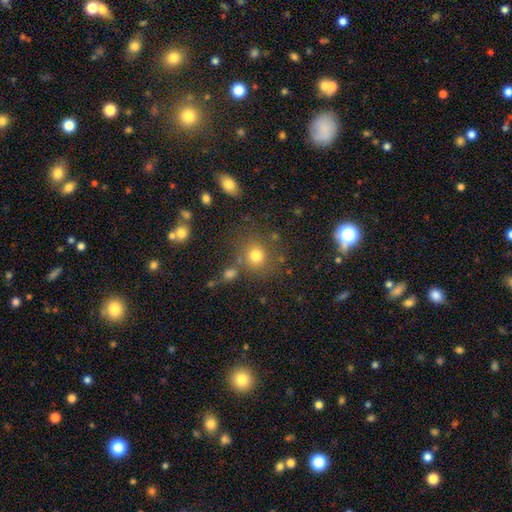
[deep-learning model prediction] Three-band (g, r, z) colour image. It shows a smooth galaxy with no disk features (77%) that is round (86%). Merging: none (74%).